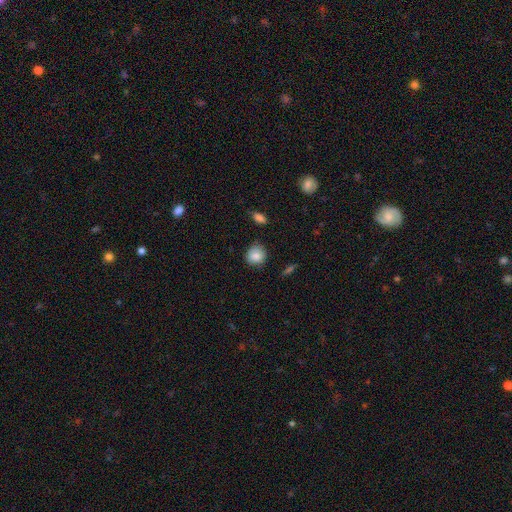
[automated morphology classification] smooth 87%, star or artifact 8%, featured or disk 6%. Down the decision tree: how rounded — round (84%); merging — none (82%).